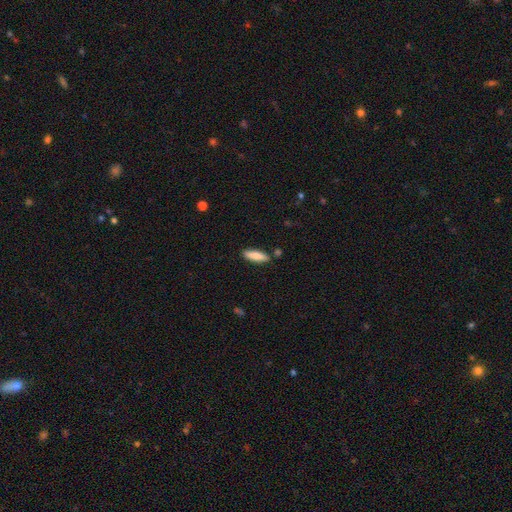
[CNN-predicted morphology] This is clearly a smooth galaxy (82%). How rounded: possibly cigar-shaped (57%). Merging: clearly none (85%).